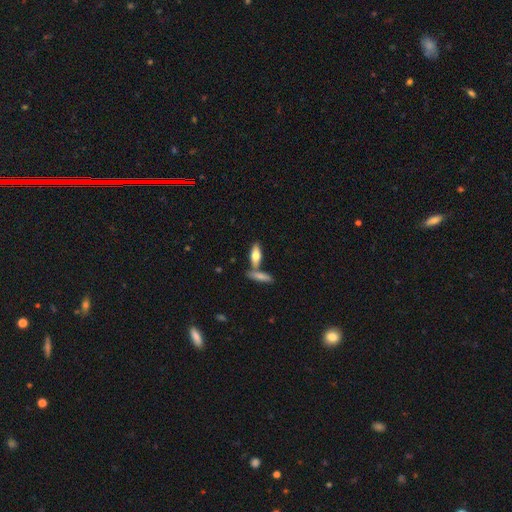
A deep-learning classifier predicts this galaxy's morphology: Smooth or featured? smooth (67%)
How rounded? in between (64%)
Merging? none (58%)